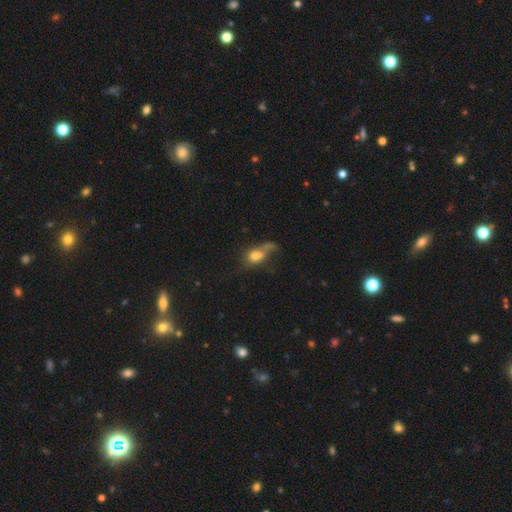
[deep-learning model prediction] smooth_or_featured: smooth (p=0.64) [alt: featured or disk p=0.23]
how_rounded: in between (p=0.59) [alt: round p=0.33]
merging: major disturbance (p=0.30) [alt: none p=0.29]